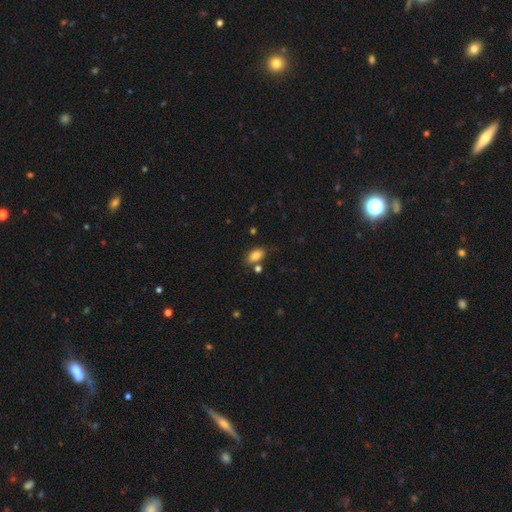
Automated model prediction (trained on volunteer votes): A smooth galaxy with no disk features (83%) that is in between round and cigar-shaped (90%). Merging: none (71%).